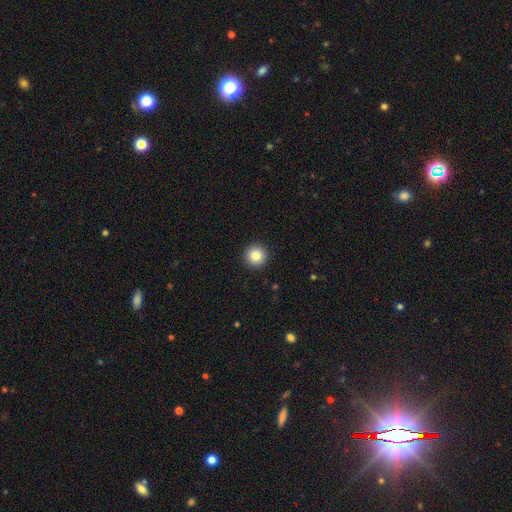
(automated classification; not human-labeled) Smooth or featured: smooth — 84% (star or artifact — 10%)
How rounded: round — 96% (in between — 3%)
Merging: none — 94% (minor disturbance — 4%)